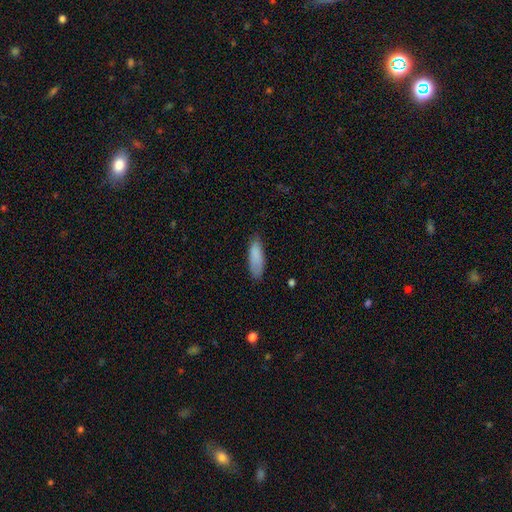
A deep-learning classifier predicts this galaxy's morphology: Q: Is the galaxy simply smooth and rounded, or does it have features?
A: smooth — 86%.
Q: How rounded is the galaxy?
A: in between — 57%.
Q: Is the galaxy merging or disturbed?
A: none — 75%.